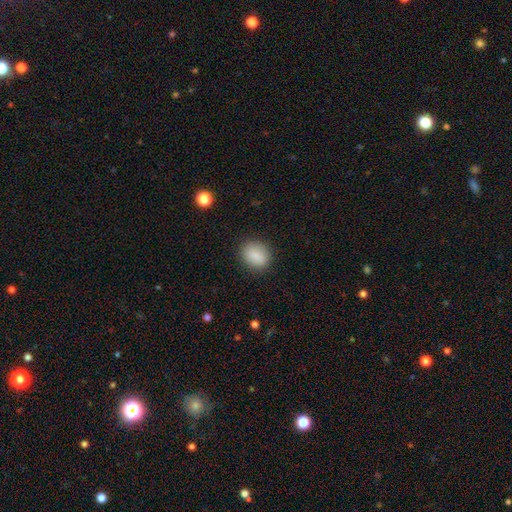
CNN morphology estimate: The model was most divided on "how rounded": in between: 51%, round: 48%, cigar-shaped: 1%. More confident: merging — none (87%); smooth or featured — smooth (87%).